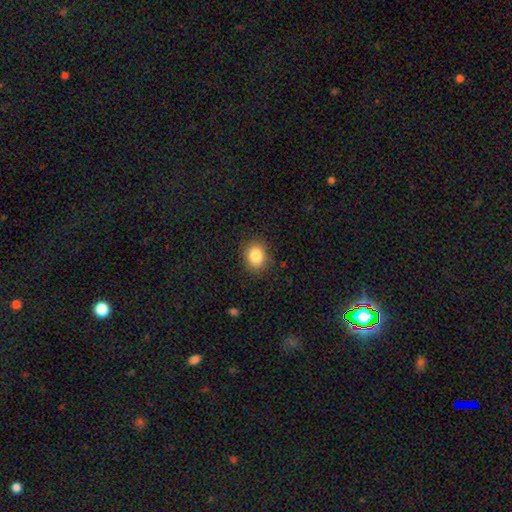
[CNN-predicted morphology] smooth 85%, star or artifact 9%, featured or disk 6%. Down the decision tree: how rounded — round (55%); merging — none (87%).